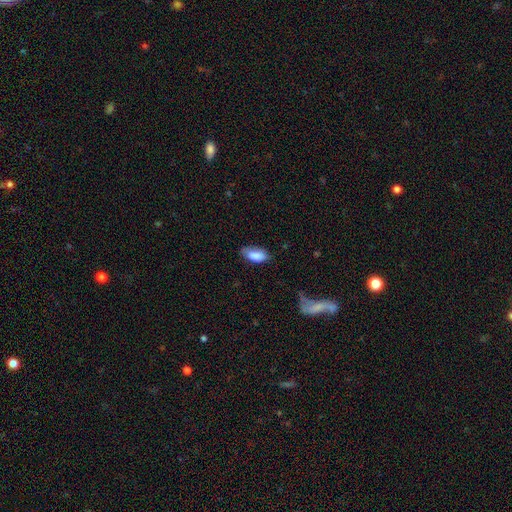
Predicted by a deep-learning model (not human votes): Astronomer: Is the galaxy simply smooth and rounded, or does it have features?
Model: smooth — 84%.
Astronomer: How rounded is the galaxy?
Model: in between — 92%.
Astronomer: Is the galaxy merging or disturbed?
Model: none — 58%.